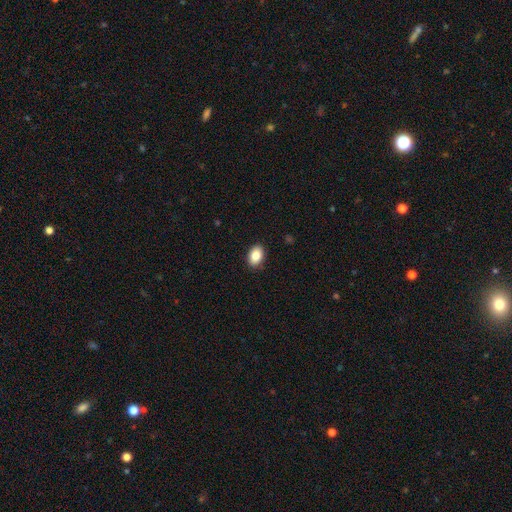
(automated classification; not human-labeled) smooth_or_featured: smooth (p=0.87) [alt: star or artifact p=0.08]
how_rounded: in between (p=0.82) [alt: round p=0.17]
merging: none (p=0.89) [alt: minor disturbance p=0.08]